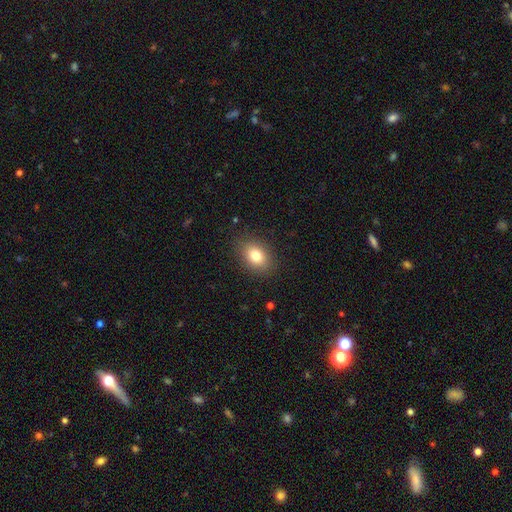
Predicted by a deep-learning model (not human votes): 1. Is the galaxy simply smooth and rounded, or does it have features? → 80% smooth, 10% featured or disk, 10% star or artifact.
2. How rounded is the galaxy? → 71% in between, 28% round, 1% cigar-shaped.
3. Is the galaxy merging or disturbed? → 86% none, 10% minor disturbance, 3% major disturbance, 1% merger.